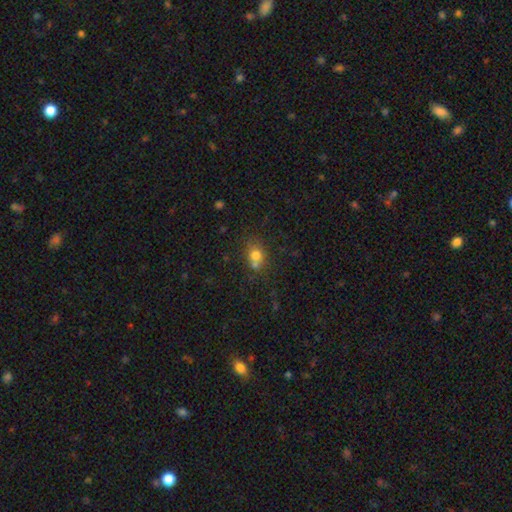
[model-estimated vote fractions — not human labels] smooth-or-featured: smooth: 74% | star or artifact: 14% | featured or disk: 12%
  how-rounded: round: 68% | in between: 31% | cigar-shaped: 1%
  merging: none: 50% | merger: 34% | minor disturbance: 12% | major disturbance: 4%